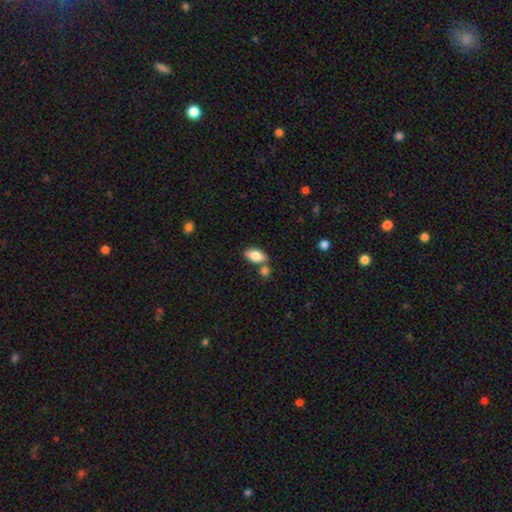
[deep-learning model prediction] smooth-or-featured: smooth: 80% | featured or disk: 13% | star or artifact: 7%
  how-rounded: in between: 91% | cigar-shaped: 6% | round: 4%
  merging: none: 66% | merger: 19% | minor disturbance: 12% | major disturbance: 3%